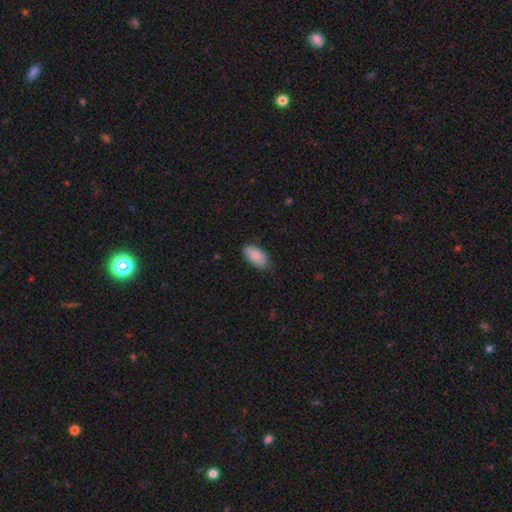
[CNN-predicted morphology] This appears to be a smooth galaxy with no disk features (88%) that is in between round and cigar-shaped (94%). Merging: none (76%).